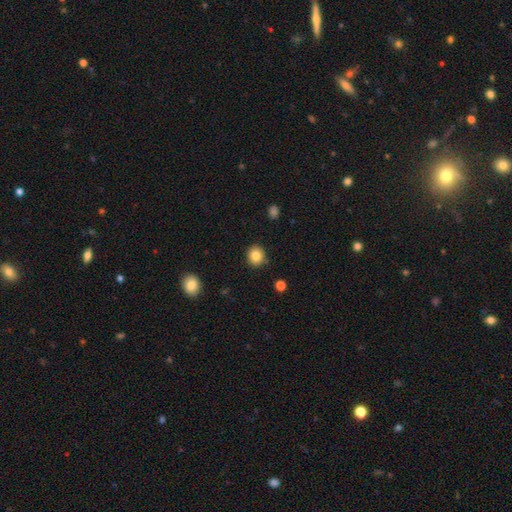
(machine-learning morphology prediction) Smooth or featured? Predicted: smooth (p=0.83). How rounded? Predicted: round (p=0.84). Merging? Predicted: none (p=0.88).